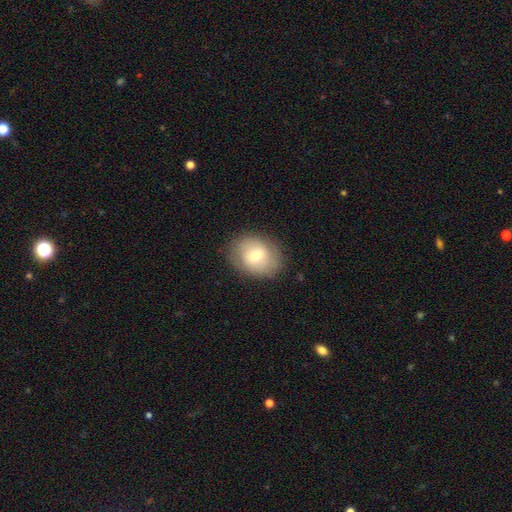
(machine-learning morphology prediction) The model was most divided on "how rounded": in between: 52%, round: 47%, cigar-shaped: 1%. More confident: merging — none (82%); smooth or featured — smooth (66%).